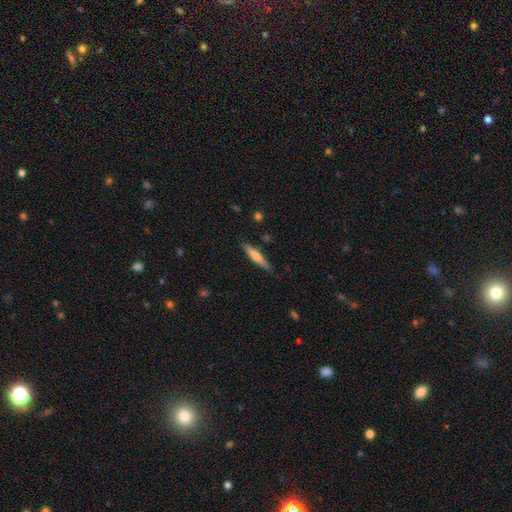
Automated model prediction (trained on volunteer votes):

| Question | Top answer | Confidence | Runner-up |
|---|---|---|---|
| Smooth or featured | smooth | 61% | featured or disk (33%) |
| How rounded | cigar-shaped | 87% | in between (11%) |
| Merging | none | 83% | minor disturbance (13%) |